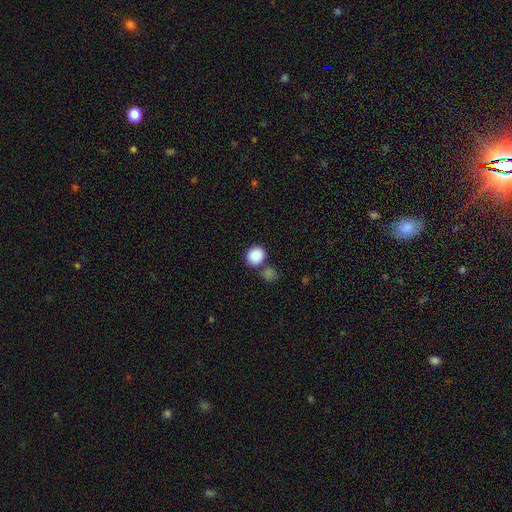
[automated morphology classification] smooth_or_featured: smooth (p=0.87) [alt: star or artifact p=0.08]
how_rounded: round (p=0.80) [alt: in between p=0.19]
merging: none (p=0.64) [alt: merger p=0.21]